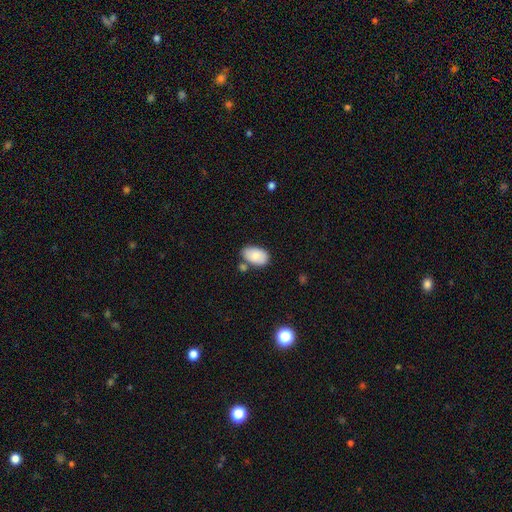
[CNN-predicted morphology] Q: Smooth or featured?
A: smooth (84%); runner-up: featured or disk (9%)
Q: How rounded?
A: in between (93%); runner-up: round (6%)
Q: Merging?
A: none (63%); runner-up: minor disturbance (19%)